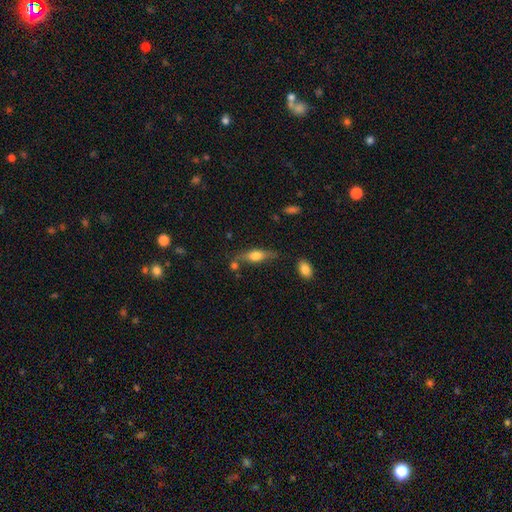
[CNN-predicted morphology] Smooth or featured: smooth — 53% (featured or disk — 40%)
How rounded: in between — 51% (cigar-shaped — 44%)
Merging: none — 64% (minor disturbance — 19%)